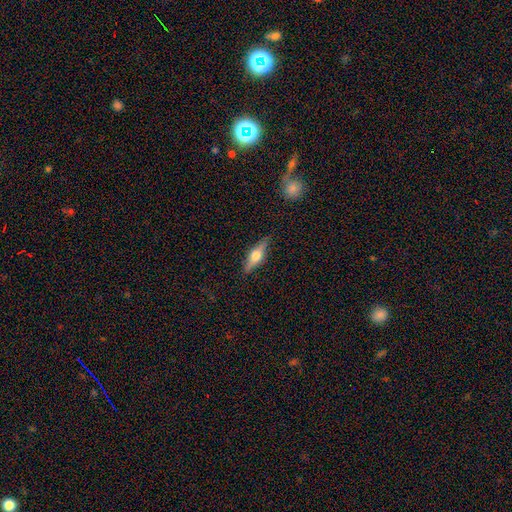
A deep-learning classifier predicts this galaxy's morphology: featured or disk 56%, smooth 37%, star or artifact 6%. Down the decision tree: edge-on disk — yes (94%); edge-on bulge — rounded (94%); merging — none (86%).